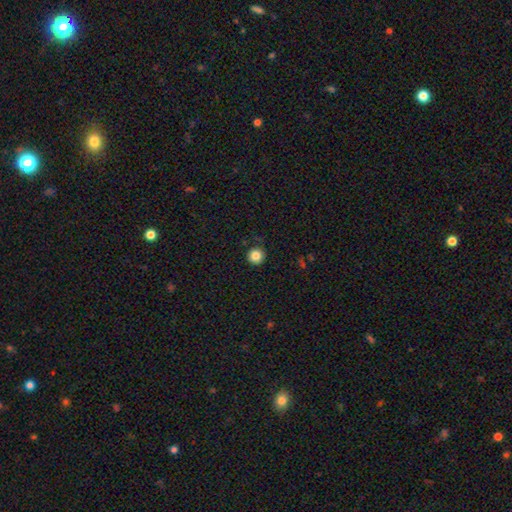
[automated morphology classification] Q: Smooth or featured?
A: smooth (84%); runner-up: star or artifact (11%)
Q: How rounded?
A: round (96%); runner-up: in between (3%)
Q: Merging?
A: none (87%); runner-up: minor disturbance (9%)